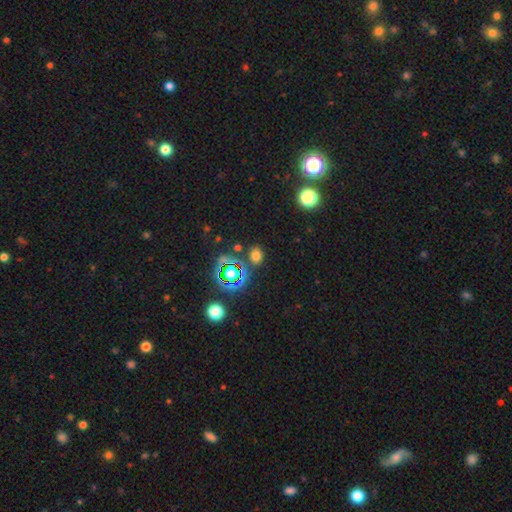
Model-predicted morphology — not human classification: The model was most divided on "how rounded": round: 58%, in between: 41%, cigar-shaped: 1%. More confident: merging — none (80%); smooth or featured — smooth (65%).